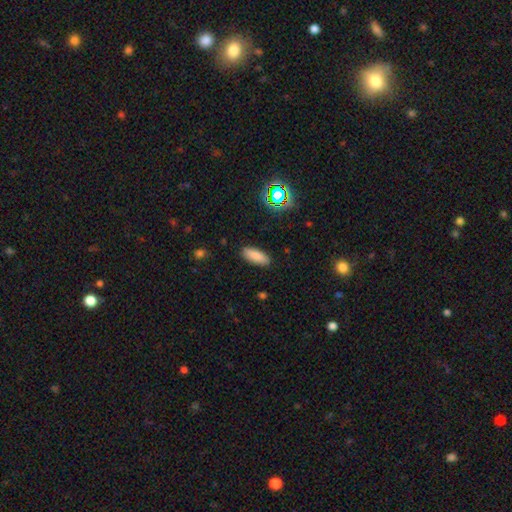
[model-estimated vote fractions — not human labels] Morphology: type=smooth (84%); roundness=in between (74%); merging=none (89%).